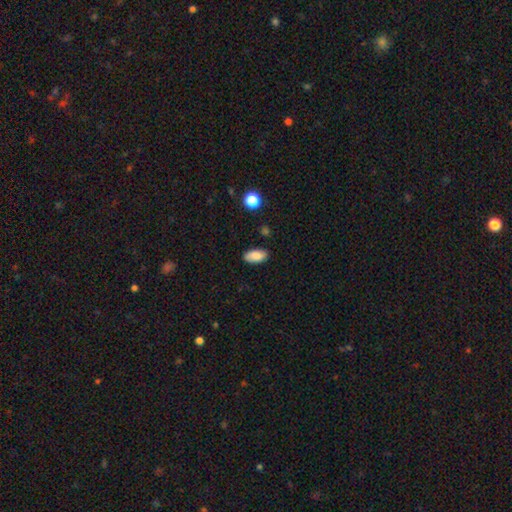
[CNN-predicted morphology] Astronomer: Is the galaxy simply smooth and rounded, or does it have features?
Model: smooth — 86%.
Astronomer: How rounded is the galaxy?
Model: in between — 92%.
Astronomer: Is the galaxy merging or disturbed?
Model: none — 85%.